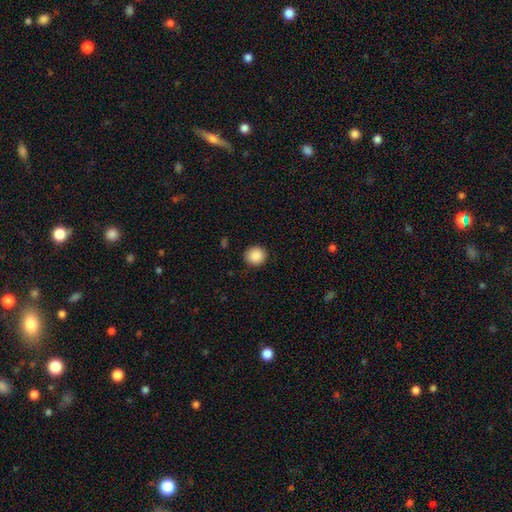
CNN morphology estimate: Overall: smooth (89%). How rounded: round (90%). Merging: none (90%).